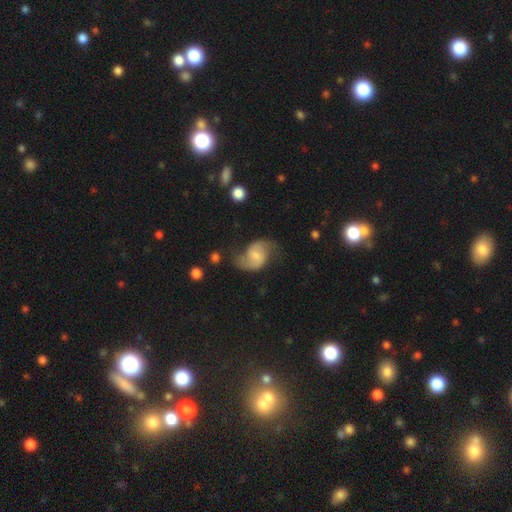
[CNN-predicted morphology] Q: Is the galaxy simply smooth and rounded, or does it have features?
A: featured or disk — 76%.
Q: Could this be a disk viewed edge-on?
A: no — 98%.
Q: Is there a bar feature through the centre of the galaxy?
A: weak — 48%.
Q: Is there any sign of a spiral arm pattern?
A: yes — 94%.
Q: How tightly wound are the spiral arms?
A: loose — 51%.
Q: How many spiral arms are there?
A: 2 — 91%.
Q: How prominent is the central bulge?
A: small — 44%.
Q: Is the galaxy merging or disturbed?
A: none — 63%.